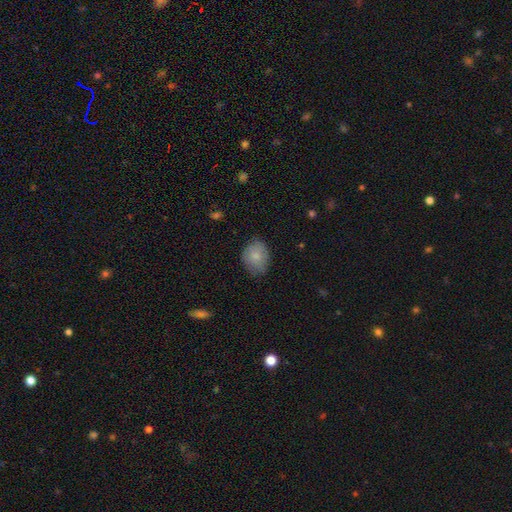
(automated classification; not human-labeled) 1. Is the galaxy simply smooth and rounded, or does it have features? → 83% smooth, 10% featured or disk, 7% star or artifact.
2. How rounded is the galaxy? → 50% in between, 49% round, 1% cigar-shaped.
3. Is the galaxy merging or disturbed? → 70% none, 24% minor disturbance, 5% major disturbance, 1% merger.